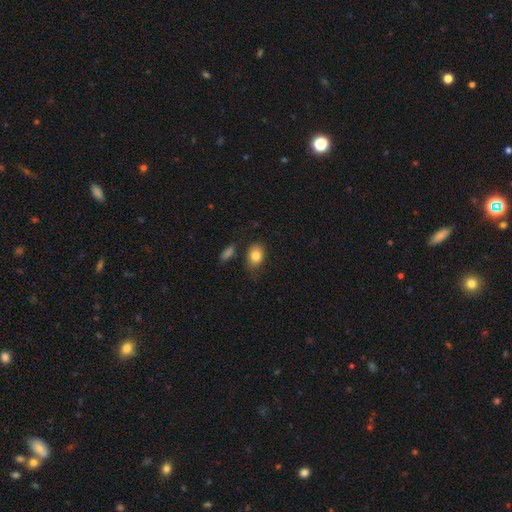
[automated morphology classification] Smooth or featured? Predicted: smooth (p=0.81). How rounded? Predicted: in between (p=0.78). Merging? Predicted: none (p=0.72).